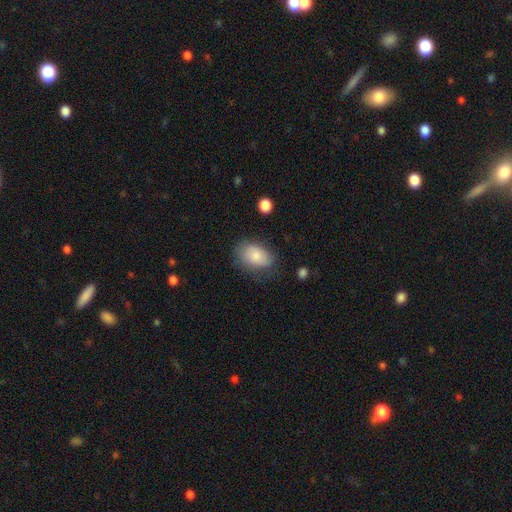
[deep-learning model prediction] A smooth galaxy with no disk features (82%) that is in between round and cigar-shaped (88%). Merging: none (72%).